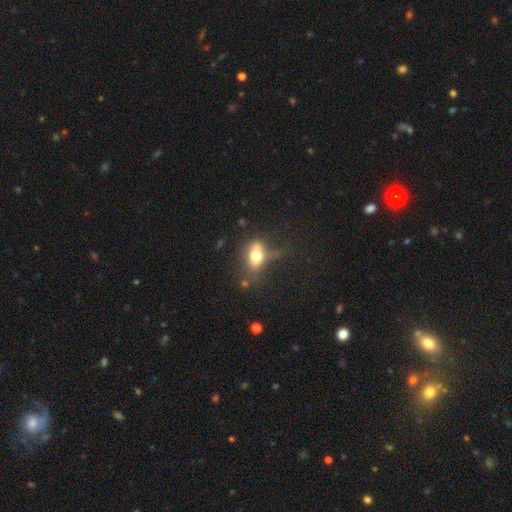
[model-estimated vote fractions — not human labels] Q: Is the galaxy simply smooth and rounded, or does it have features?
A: smooth — 66%.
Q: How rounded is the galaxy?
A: in between — 77%.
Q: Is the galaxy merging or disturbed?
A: major disturbance — 33%.